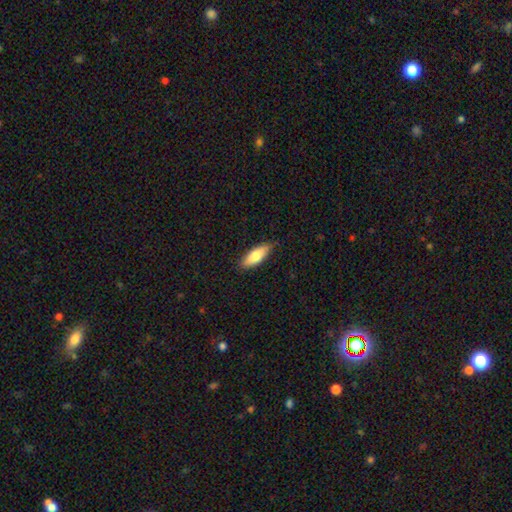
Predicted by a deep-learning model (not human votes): Smooth or featured: smooth — 76% (featured or disk — 18%)
How rounded: in between — 67% (cigar-shaped — 31%)
Merging: none — 84% (minor disturbance — 13%)